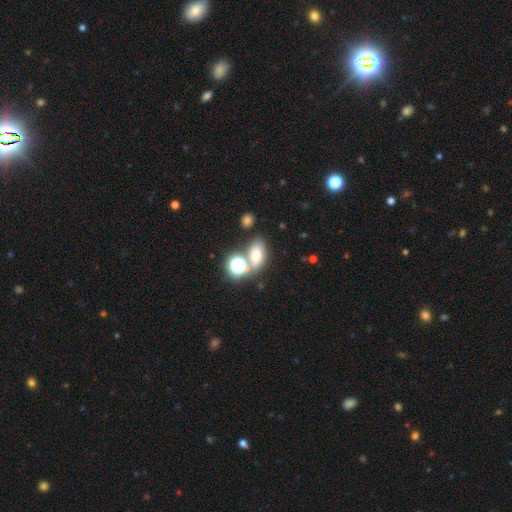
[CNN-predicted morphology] Smooth or featured? smooth (66%)
How rounded? in between (71%)
Merging? none (59%)